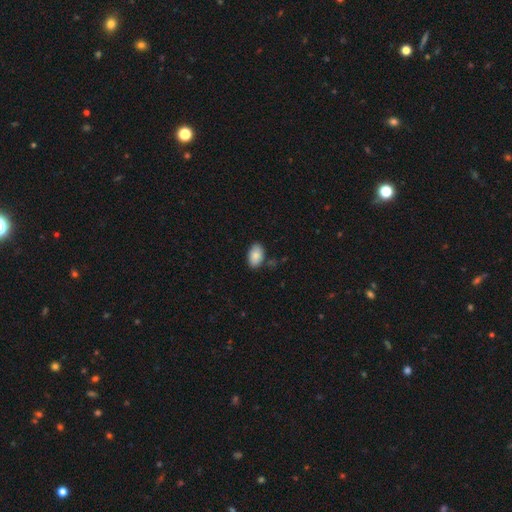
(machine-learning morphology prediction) Q: Smooth or featured?
A: smooth (85%); runner-up: featured or disk (8%)
Q: How rounded?
A: in between (92%); runner-up: round (6%)
Q: Merging?
A: none (81%); runner-up: minor disturbance (13%)